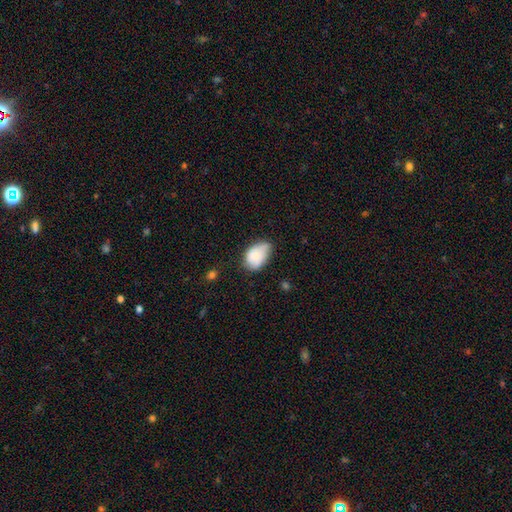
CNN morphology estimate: Q: Smooth or featured?
A: smooth (77%); runner-up: featured or disk (16%)
Q: How rounded?
A: in between (87%); runner-up: round (12%)
Q: Merging?
A: minor disturbance (43%); runner-up: none (42%)